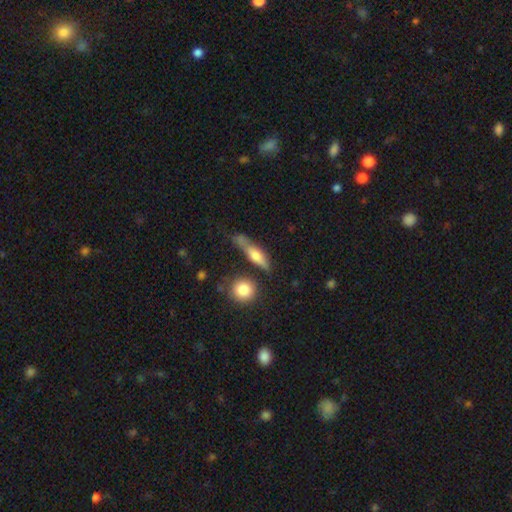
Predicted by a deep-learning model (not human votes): smooth 51%, featured or disk 41%, star or artifact 8%. Down the decision tree: how rounded — cigar-shaped (63%); merging — none (58%).